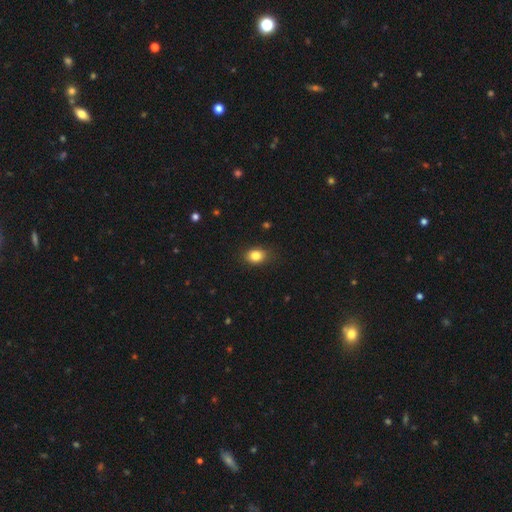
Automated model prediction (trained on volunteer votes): Smooth or featured? Predicted: smooth (p=0.84). How rounded? Predicted: in between (p=0.67). Merging? Predicted: none (p=0.84).